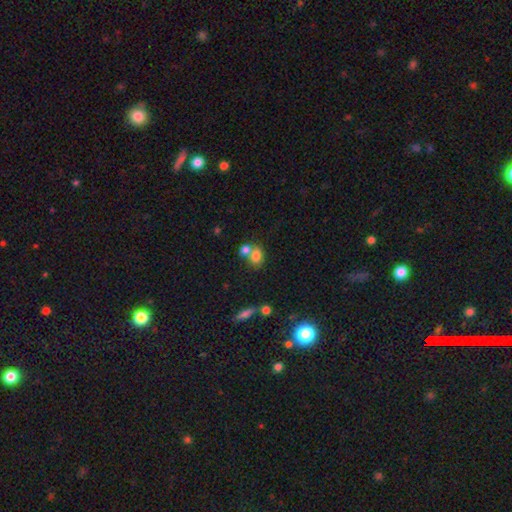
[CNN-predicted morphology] This appears to be a smooth galaxy with no disk features (77%) that is in between round and cigar-shaped (52%). Merging: merger (47%).